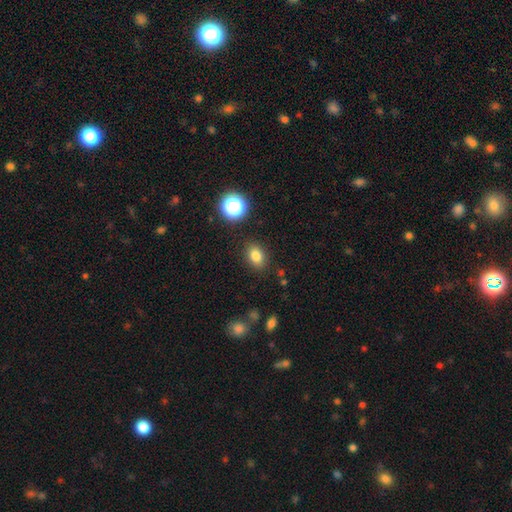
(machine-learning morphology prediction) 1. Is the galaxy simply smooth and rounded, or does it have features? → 80% smooth, 13% star or artifact, 7% featured or disk.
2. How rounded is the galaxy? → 68% in between, 31% round, 1% cigar-shaped.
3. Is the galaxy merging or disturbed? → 86% none, 9% minor disturbance, 3% major disturbance, 2% merger.